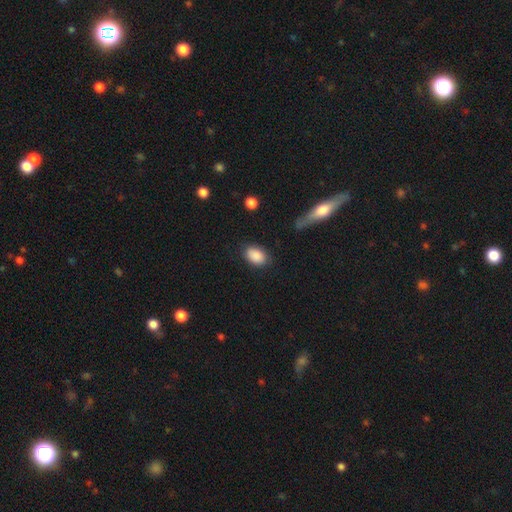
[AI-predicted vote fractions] Smooth or featured: smooth — 88% (star or artifact — 7%)
How rounded: in between — 85% (round — 13%)
Merging: none — 80% (minor disturbance — 14%)